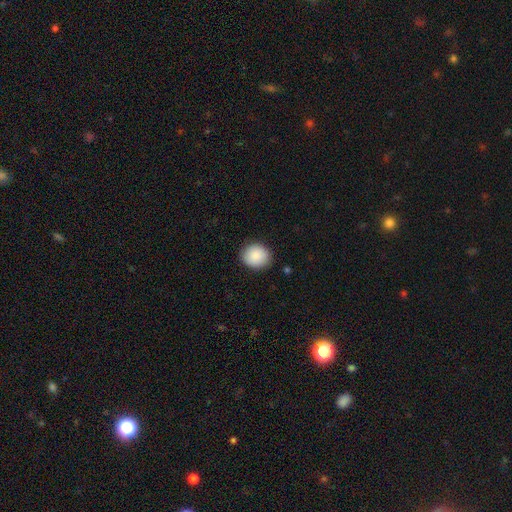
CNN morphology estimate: Overall: smooth (89%). How rounded: round (71%). Merging: none (88%).